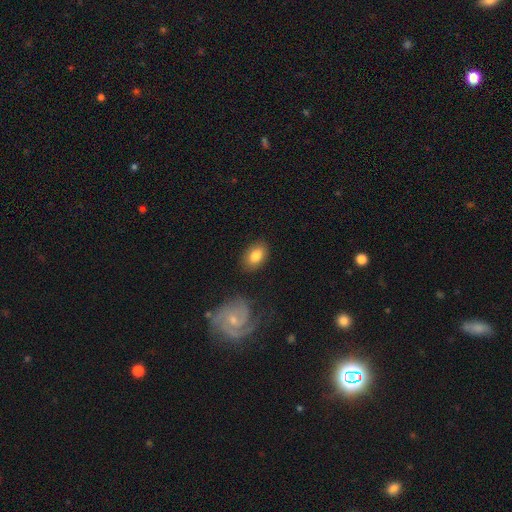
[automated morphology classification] Smooth or featured? smooth (82%)
How rounded? in between (84%)
Merging? none (83%)